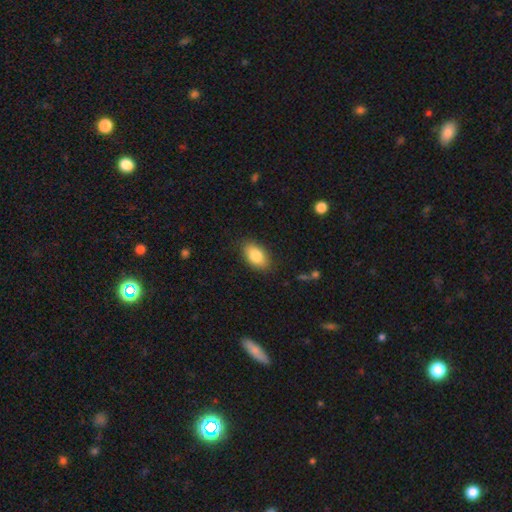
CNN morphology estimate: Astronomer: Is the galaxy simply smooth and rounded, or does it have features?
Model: smooth — 85%.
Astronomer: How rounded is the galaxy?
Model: in between — 92%.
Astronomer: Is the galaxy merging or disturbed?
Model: none — 85%.